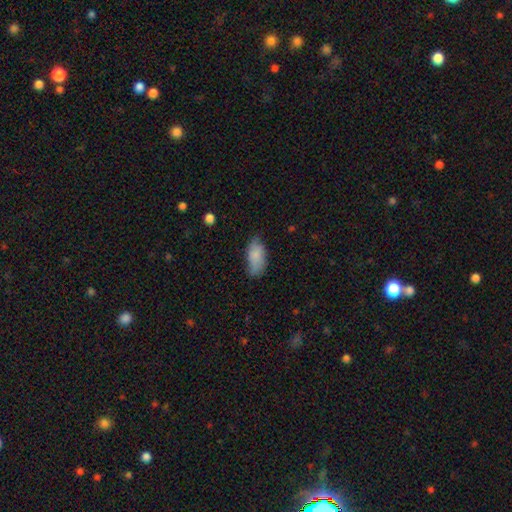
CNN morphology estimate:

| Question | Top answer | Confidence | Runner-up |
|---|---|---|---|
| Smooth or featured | smooth | 82% | featured or disk (11%) |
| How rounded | in between | 91% | cigar-shaped (7%) |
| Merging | none | 61% | minor disturbance (31%) |